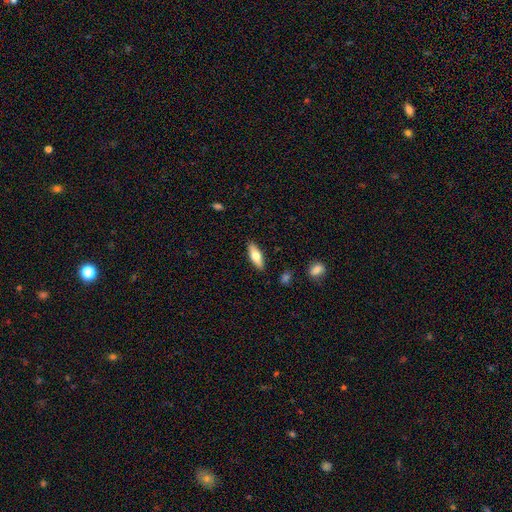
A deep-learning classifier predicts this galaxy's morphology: Overall: smooth (66%; featured or disk 28%). How rounded: in between (65%; cigar-shaped 33%). Merging: none (89%).